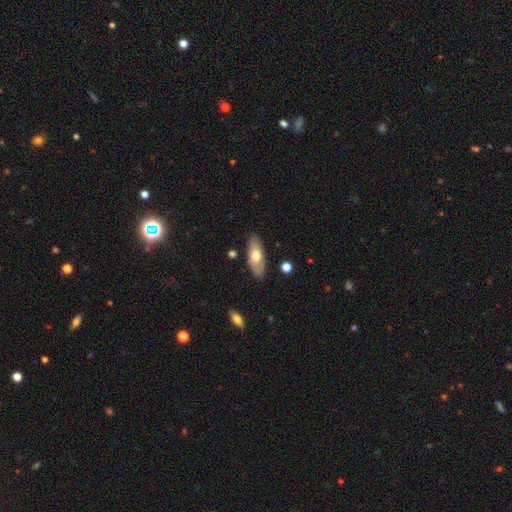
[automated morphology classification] This is possibly a smooth galaxy (59%). How rounded: clearly in between (84%). Merging: clearly none (84%).